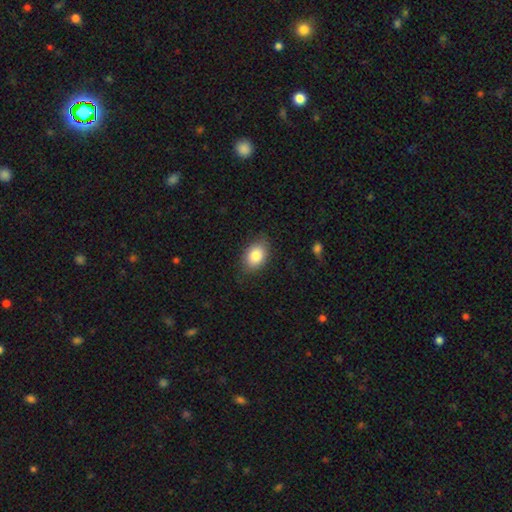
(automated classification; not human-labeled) Smooth or featured? Predicted: smooth (p=0.84). How rounded? Predicted: in between (p=0.81). Merging? Predicted: none (p=0.82).